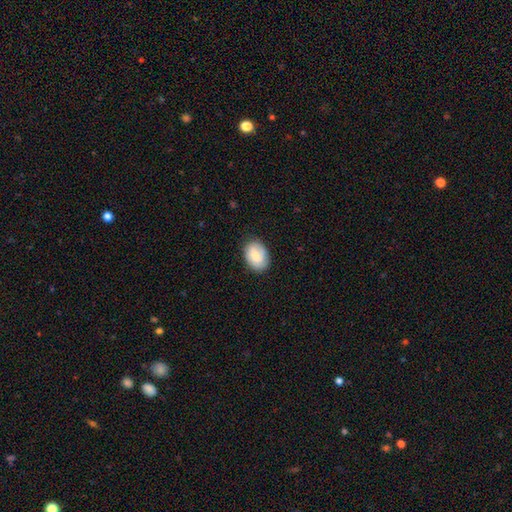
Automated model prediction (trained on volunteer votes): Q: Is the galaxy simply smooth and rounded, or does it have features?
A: smooth — 65%.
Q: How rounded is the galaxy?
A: in between — 76%.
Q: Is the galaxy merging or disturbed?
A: none — 80%.